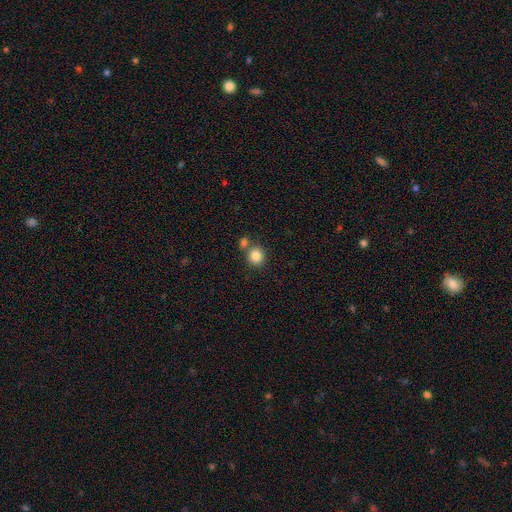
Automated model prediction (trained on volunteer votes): Smooth or featured?
  - smooth: 85% *
  - star or artifact: 10%
  - featured or disk: 6%
How rounded?
  - round: 85% *
  - in between: 14%
  - cigar-shaped: 1%
Merging?
  - none: 67% *
  - merger: 22%
  - minor disturbance: 8%
  - major disturbance: 3%